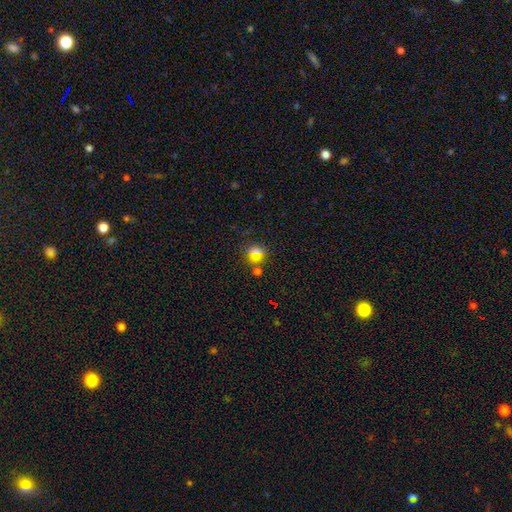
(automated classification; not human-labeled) A smooth galaxy with no disk features (59%) that is round (79%). Merging: none (77%).